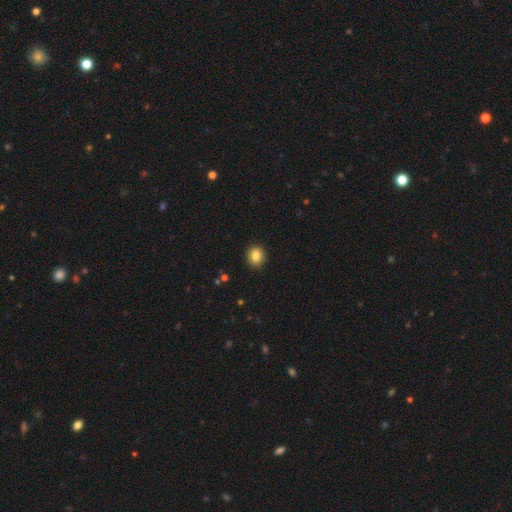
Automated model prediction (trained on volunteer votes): Smooth or featured?
  - smooth: 85% *
  - star or artifact: 9%
  - featured or disk: 6%
How rounded?
  - round: 76% *
  - in between: 23%
  - cigar-shaped: 1%
Merging?
  - none: 91% *
  - minor disturbance: 6%
  - major disturbance: 2%
  - merger: 1%